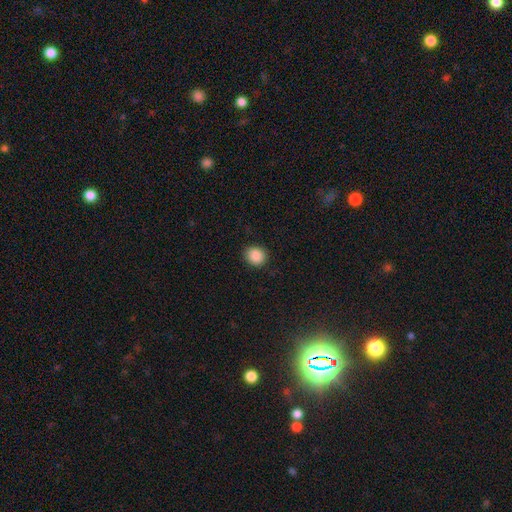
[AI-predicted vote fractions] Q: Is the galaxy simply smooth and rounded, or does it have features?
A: smooth — 89%.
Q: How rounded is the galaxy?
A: round — 74%.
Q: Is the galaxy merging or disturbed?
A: none — 89%.